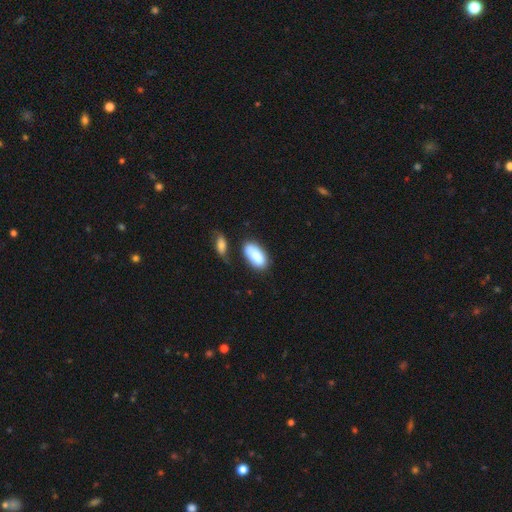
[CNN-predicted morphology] A smooth galaxy with no disk features (86%) that is in between round and cigar-shaped (91%).

Vote fractions:
- Smooth or featured? smooth: 86% / featured or disk: 7% / star or artifact: 7%
- How rounded? in between: 91% / cigar-shaped: 6% / round: 3%
- Merging? none: 56% / minor disturbance: 21% / merger: 16% / major disturbance: 6%